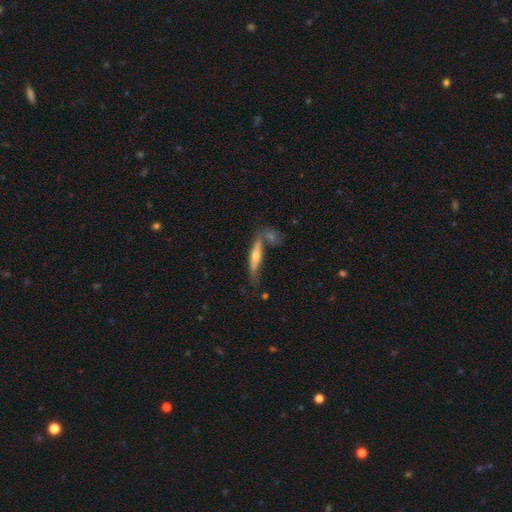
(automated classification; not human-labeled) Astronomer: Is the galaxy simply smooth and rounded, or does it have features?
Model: featured or disk — 59%.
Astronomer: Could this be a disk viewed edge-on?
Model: yes — 90%.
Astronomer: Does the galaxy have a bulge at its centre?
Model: rounded — 88%.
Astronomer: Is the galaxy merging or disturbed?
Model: none — 55%.